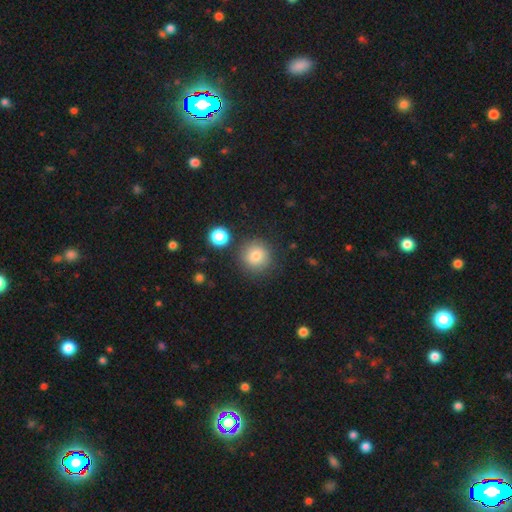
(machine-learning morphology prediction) The model was most divided on "smooth or featured": smooth: 81%, star or artifact: 11%, featured or disk: 8%. More confident: how rounded — round (93%); merging — none (83%).